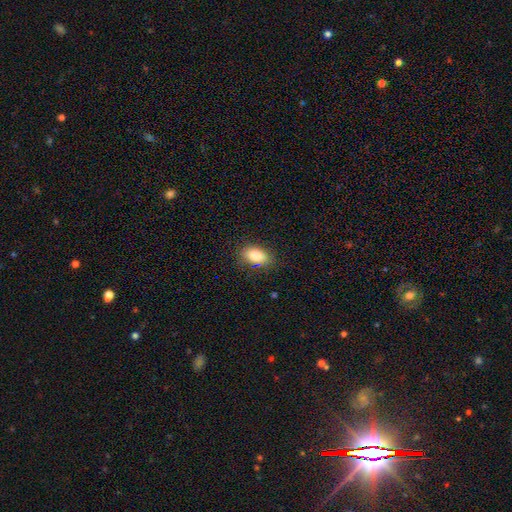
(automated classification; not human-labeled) smooth_or_featured: smooth (p=0.83) [alt: star or artifact p=0.09]
how_rounded: in between (p=0.87) [alt: round p=0.10]
merging: none (p=0.82) [alt: minor disturbance p=0.13]